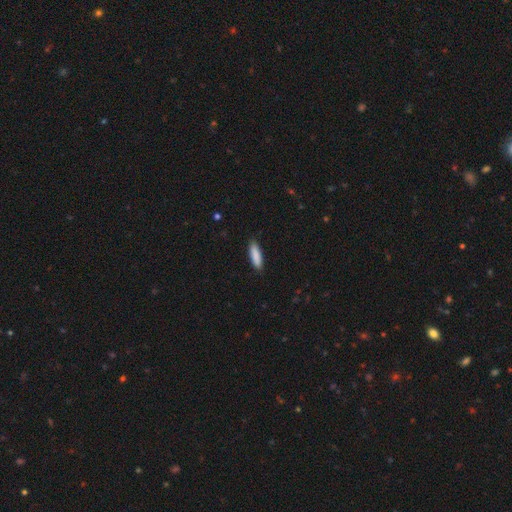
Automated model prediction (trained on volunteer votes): Smooth or featured: smooth — 88% (featured or disk — 6%)
How rounded: cigar-shaped — 64% (in between — 35%)
Merging: none — 88% (minor disturbance — 10%)